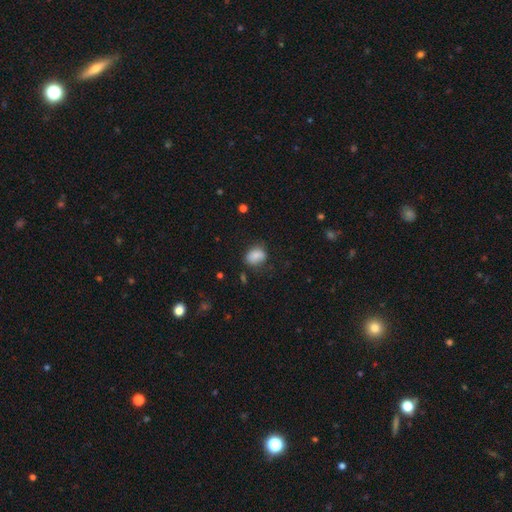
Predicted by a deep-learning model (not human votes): The model was most divided on "how rounded": in between: 67%, round: 32%, cigar-shaped: 2%. More confident: smooth or featured — smooth (81%); merging — none (65%).